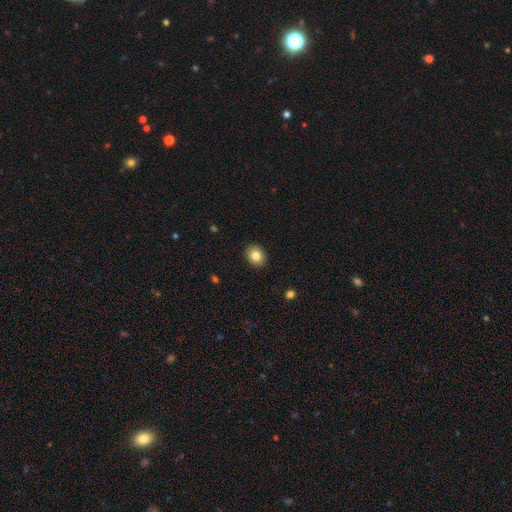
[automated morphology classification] smooth_or_featured: smooth (p=0.84) [alt: star or artifact p=0.09]
how_rounded: round (p=0.53) [alt: in between p=0.47]
merging: none (p=0.90) [alt: minor disturbance p=0.07]